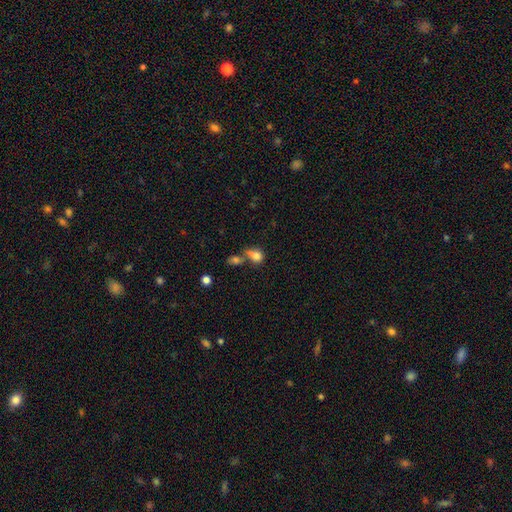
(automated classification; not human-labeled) smooth 79%, star or artifact 10%, featured or disk 10%. Down the decision tree: how rounded — in between (54%); merging — merger (44%).